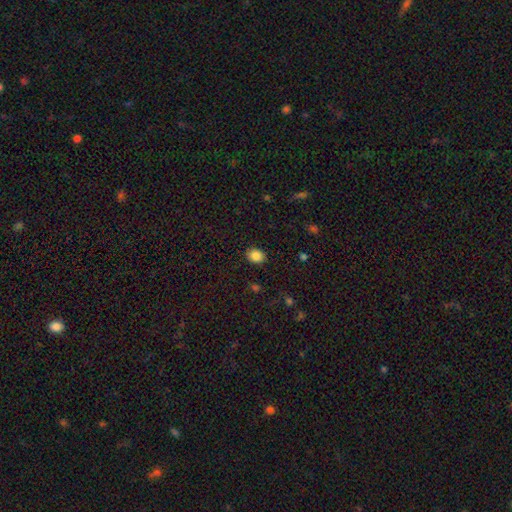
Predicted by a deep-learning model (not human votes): Smooth or featured: smooth — 86% (star or artifact — 10%)
How rounded: in between — 52% (round — 47%)
Merging: none — 88% (minor disturbance — 8%)